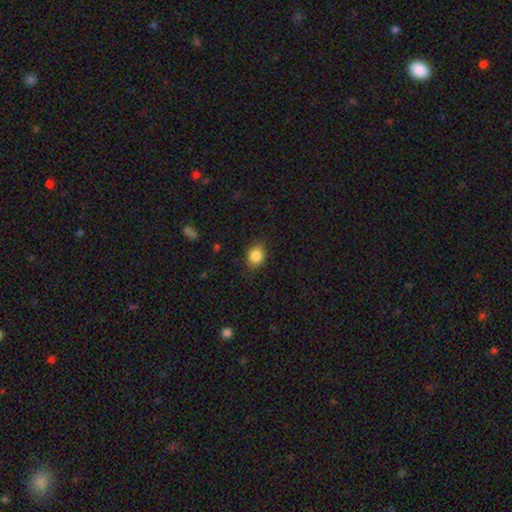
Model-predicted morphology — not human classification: Q: Smooth or featured?
A: smooth (85%); runner-up: star or artifact (9%)
Q: How rounded?
A: round (52%); runner-up: in between (46%)
Q: Merging?
A: none (81%); runner-up: minor disturbance (15%)